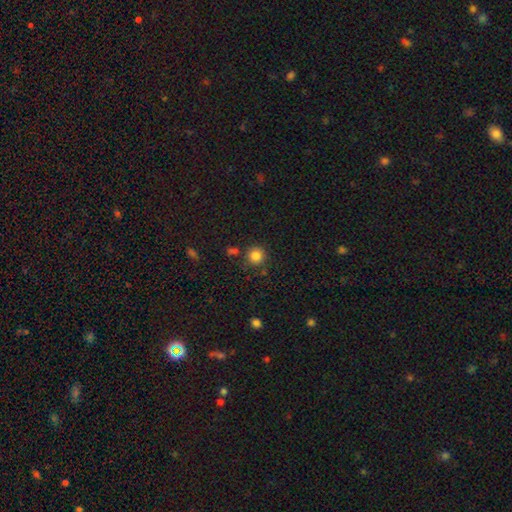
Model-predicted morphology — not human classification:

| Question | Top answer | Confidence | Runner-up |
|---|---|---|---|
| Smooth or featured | smooth | 84% | star or artifact (12%) |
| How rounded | round | 93% | in between (6%) |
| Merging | none | 82% | minor disturbance (9%) |